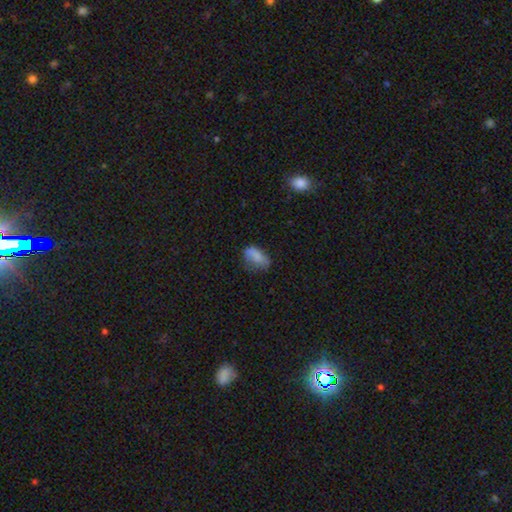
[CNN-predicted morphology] Smooth or featured? Predicted: smooth (p=0.74). How rounded? Predicted: in between (p=0.88). Merging? Predicted: none (p=0.46).